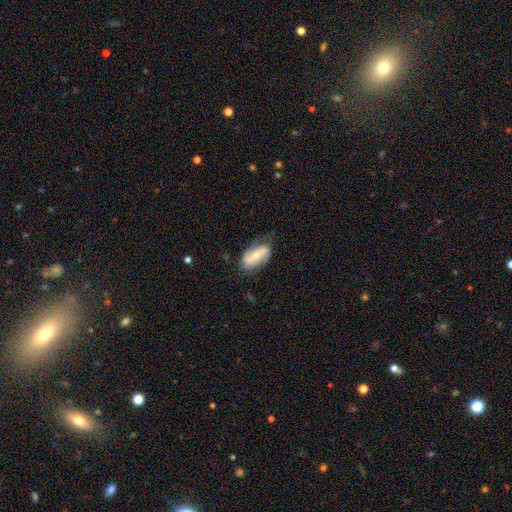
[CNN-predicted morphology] The model was most divided on "bulge size": moderate: 49%, small: 46%, large: 3%, none: 2%, dominant: 1%. Remaining: edge-on disk — no (92%); spiral arms — yes (78%); merging — none (68%); smooth or featured — featured or disk (56%); bar — no (42%).